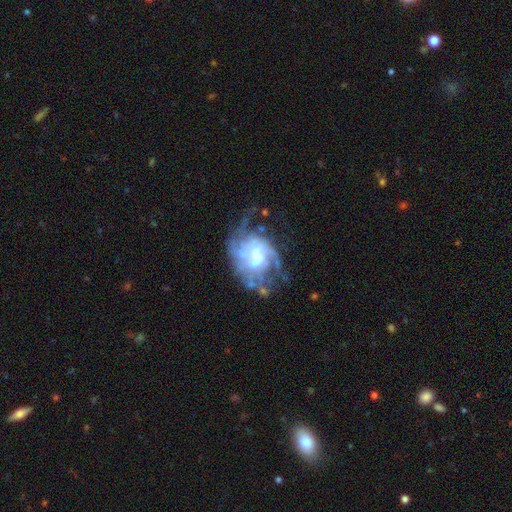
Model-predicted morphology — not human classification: Smooth or featured? featured or disk (77%)
Edge-on disk? no (97%)
Bar? no (53%)
Spiral arms? yes (77%)
Spiral winding? medium (39%)
Spiral arm count? can't tell (46%)
Bulge size? moderate (37%)
Merging? none (37%)